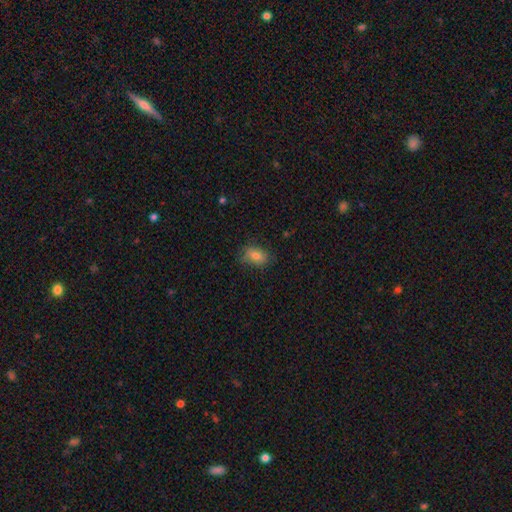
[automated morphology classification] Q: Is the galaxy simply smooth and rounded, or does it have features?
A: smooth — 74%.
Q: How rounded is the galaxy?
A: in between — 82%.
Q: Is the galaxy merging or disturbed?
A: none — 69%.